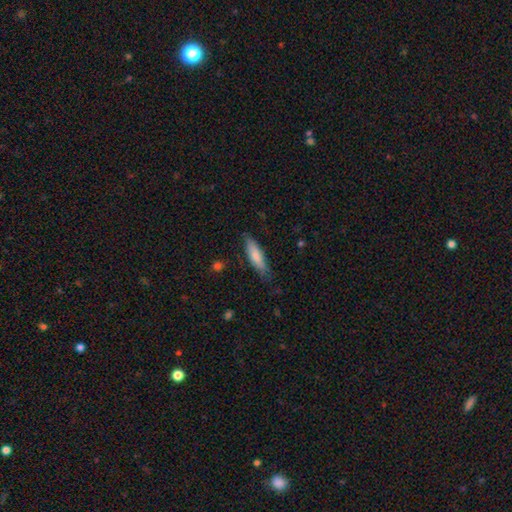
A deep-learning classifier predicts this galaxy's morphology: The model was most divided on "how rounded": cigar-shaped: 62%, in between: 36%, round: 2%. More confident: smooth or featured — smooth (76%); merging — none (72%).